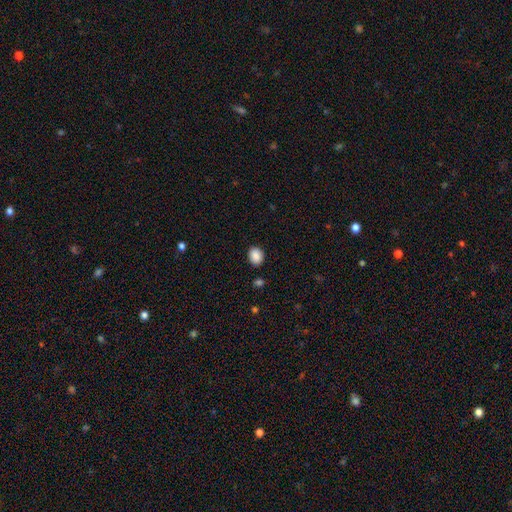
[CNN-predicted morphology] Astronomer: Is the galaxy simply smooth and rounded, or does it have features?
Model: smooth — 88%.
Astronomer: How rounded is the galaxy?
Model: in between — 51% (runner-up: round, 48%).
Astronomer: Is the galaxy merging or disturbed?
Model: none — 89%.